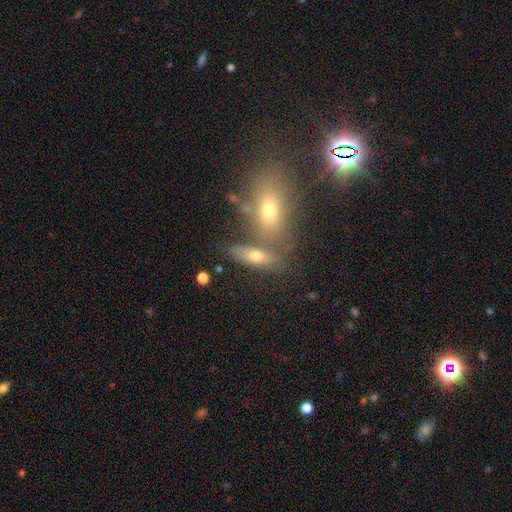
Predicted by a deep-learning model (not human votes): Smooth or featured: smooth — 63% (featured or disk — 25%)
How rounded: in between — 69% (cigar-shaped — 21%)
Merging: none — 51% (merger — 31%)